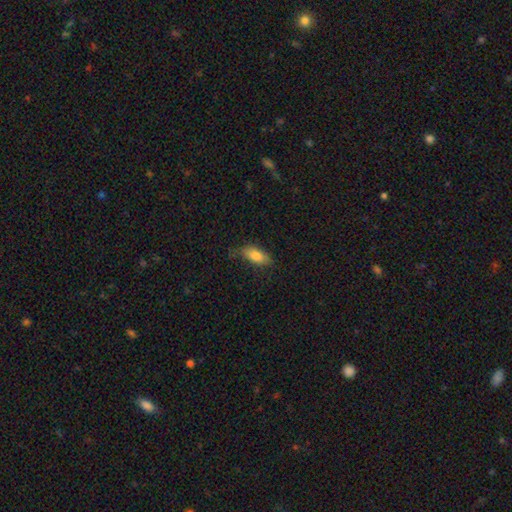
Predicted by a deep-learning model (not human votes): The model was most divided on "merging": none: 70%, minor disturbance: 23%, major disturbance: 6%, merger: 1%. More confident: how rounded — in between (84%); smooth or featured — smooth (83%).